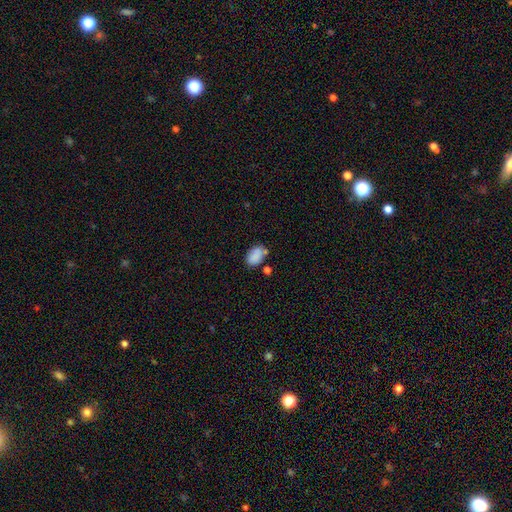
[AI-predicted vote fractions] A smooth galaxy with no disk features (83%) that is in between round and cigar-shaped (83%). Merging: none (60%).